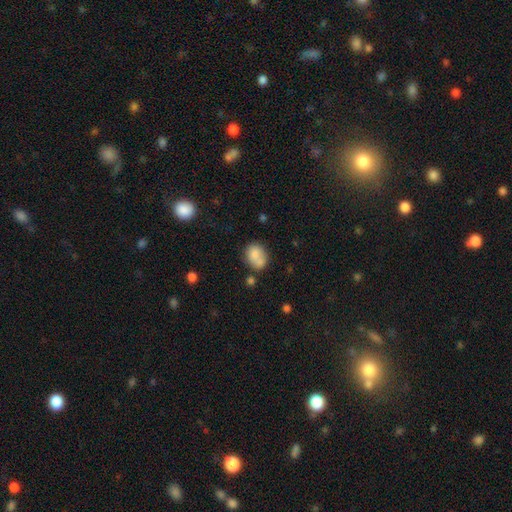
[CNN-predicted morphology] The model was most divided on "how rounded": in between: 51%, round: 48%, cigar-shaped: 1%. Remaining: smooth or featured — smooth (78%); merging — none (45%).